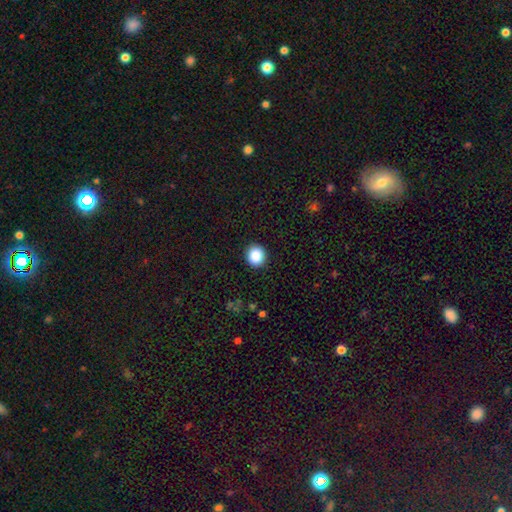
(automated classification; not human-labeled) This is clearly a smooth galaxy (88%). How rounded: clearly round (87%). Merging: clearly none (92%).